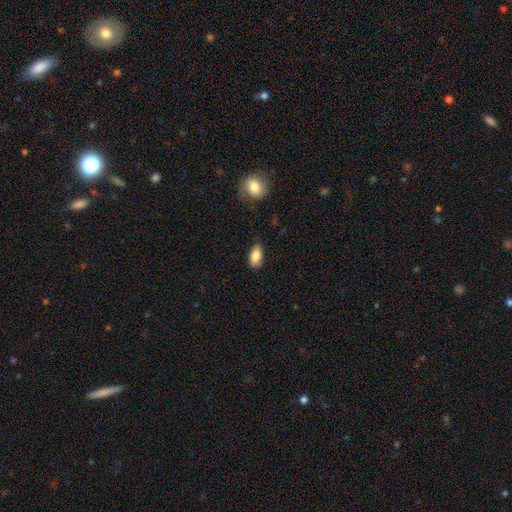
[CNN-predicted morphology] Smooth or featured? smooth (85%)
How rounded? in between (92%)
Merging? none (76%)